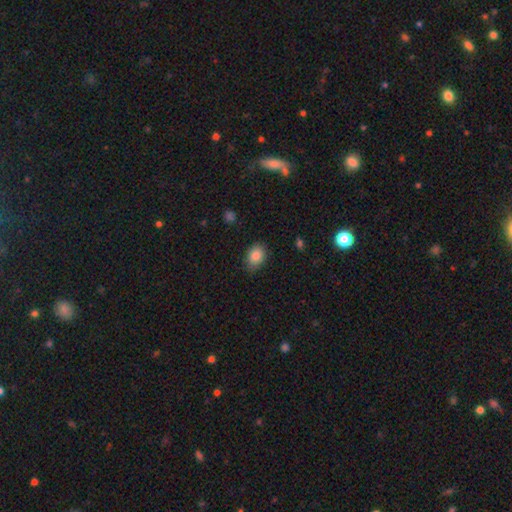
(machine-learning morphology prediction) Smooth or featured: smooth — 86% (star or artifact — 8%)
How rounded: in between — 76% (round — 23%)
Merging: none — 81% (minor disturbance — 15%)